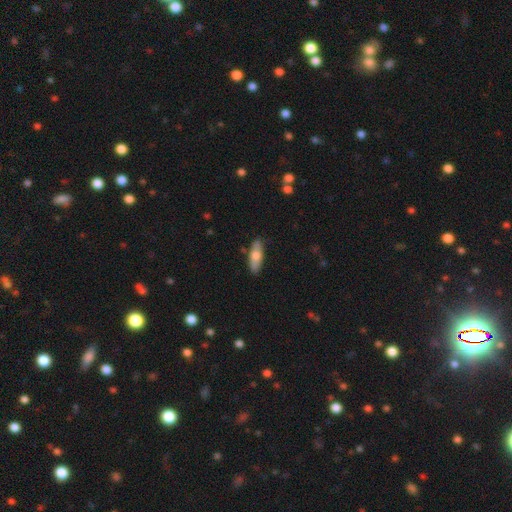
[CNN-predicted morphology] A smooth galaxy with no disk features (67%) that is in between round and cigar-shaped (61%).

Vote fractions:
- Smooth or featured? smooth: 67% / featured or disk: 28% / star or artifact: 6%
- How rounded? in between: 61% / cigar-shaped: 37% / round: 2%
- Merging? none: 84% / minor disturbance: 12% / major disturbance: 2% / merger: 2%